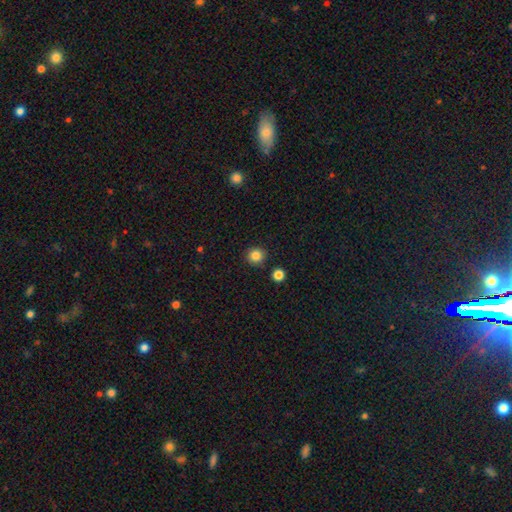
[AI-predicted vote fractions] The model was most divided on "smooth or featured": smooth: 84%, star or artifact: 11%, featured or disk: 4%. More confident: how rounded — round (93%); merging — none (90%).